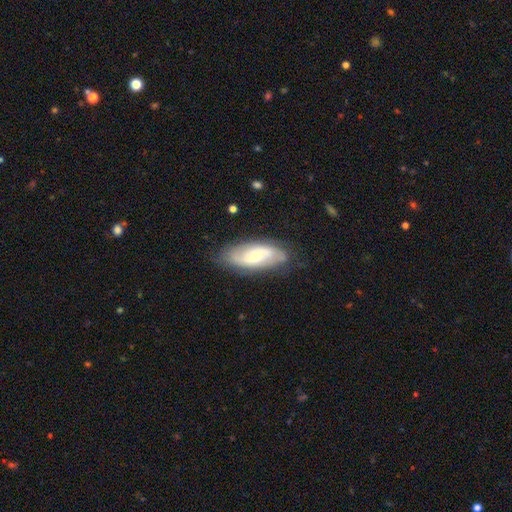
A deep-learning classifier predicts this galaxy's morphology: Smooth or featured? Predicted: featured or disk (p=0.62). Edge-on disk? Predicted: no (p=0.89). Bar? Predicted: no (p=0.45). Spiral arms? Predicted: yes (p=0.86). Bulge size? Predicted: moderate (p=0.48). Merging? Predicted: none (p=0.78).